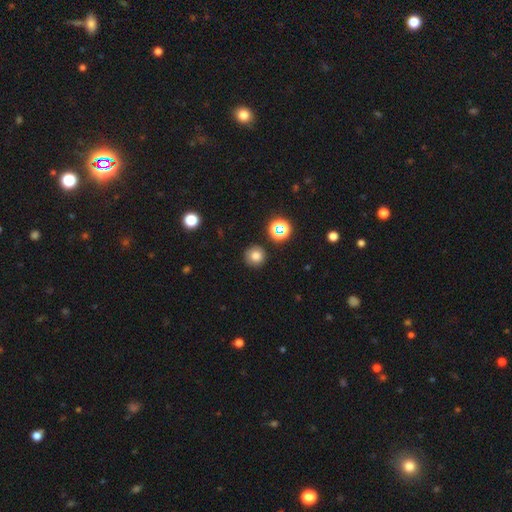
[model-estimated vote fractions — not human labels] smooth-or-featured: smooth: 77% | star or artifact: 16% | featured or disk: 7%
  how-rounded: round: 94% | in between: 5% | cigar-shaped: 1%
  merging: none: 88% | minor disturbance: 7% | major disturbance: 2% | merger: 2%